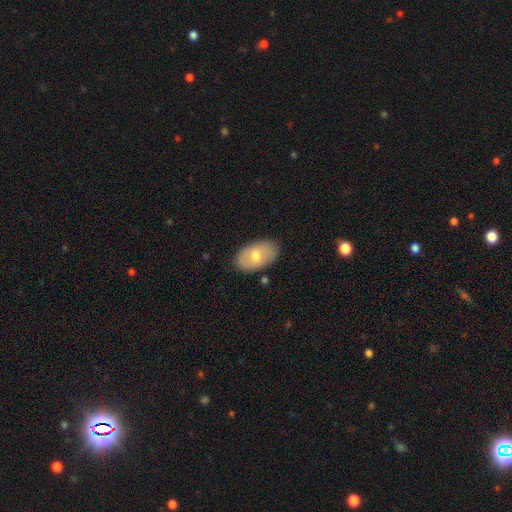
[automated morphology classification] smooth-or-featured: smooth: 62% | featured or disk: 32% | star or artifact: 6%
  how-rounded: in between: 92% | round: 7% | cigar-shaped: 1%
  merging: none: 84% | minor disturbance: 12% | major disturbance: 3% | merger: 2%